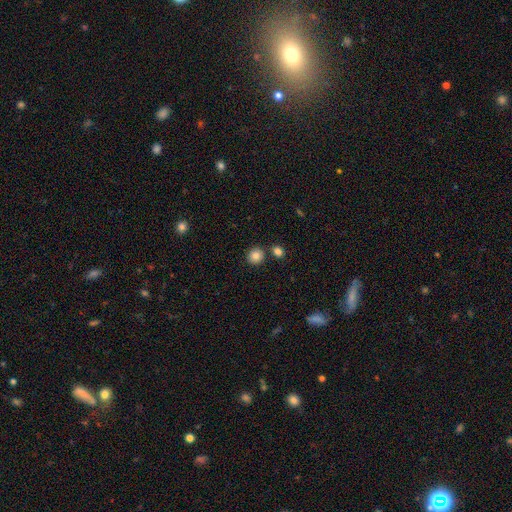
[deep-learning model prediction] Smooth or featured? smooth (84%)
How rounded? round (88%)
Merging? none (80%)